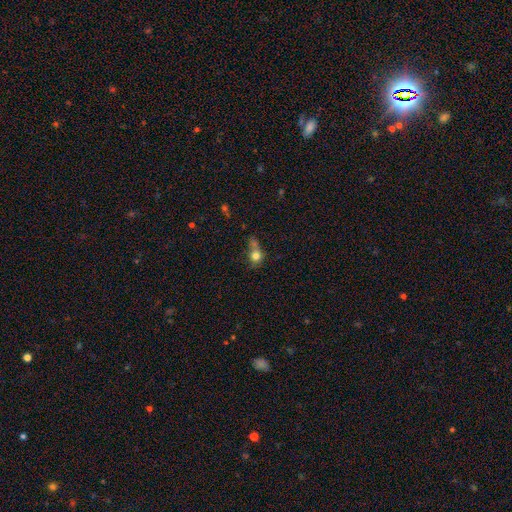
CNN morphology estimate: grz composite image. It shows a smooth galaxy with no disk features (75%) that is round (74%). Merging: merger (36%).